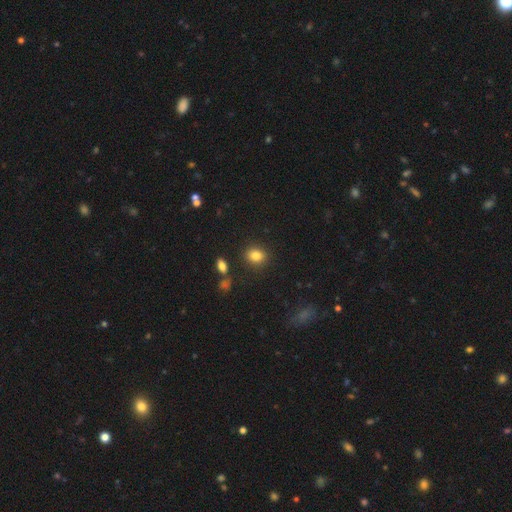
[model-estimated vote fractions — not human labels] Smooth or featured?
  - smooth: 84% *
  - star or artifact: 10%
  - featured or disk: 6%
How rounded?
  - round: 55% *
  - in between: 43%
  - cigar-shaped: 1%
Merging?
  - none: 86% *
  - minor disturbance: 8%
  - merger: 3%
  - major disturbance: 3%